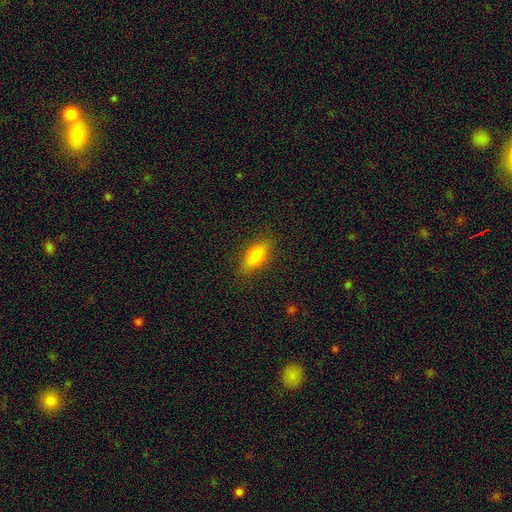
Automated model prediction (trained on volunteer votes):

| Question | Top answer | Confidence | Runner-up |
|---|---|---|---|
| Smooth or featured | smooth | 75% | featured or disk (17%) |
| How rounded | in between | 74% | cigar-shaped (21%) |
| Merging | none | 86% | minor disturbance (11%) |